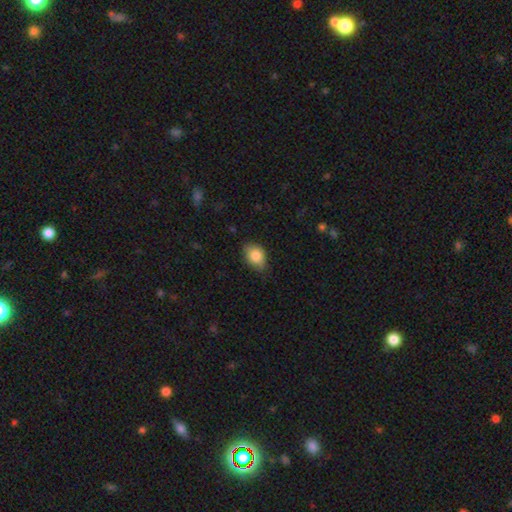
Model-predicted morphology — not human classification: A smooth galaxy with no disk features (85%) that is in between round and cigar-shaped (75%). Merging: none (71%).